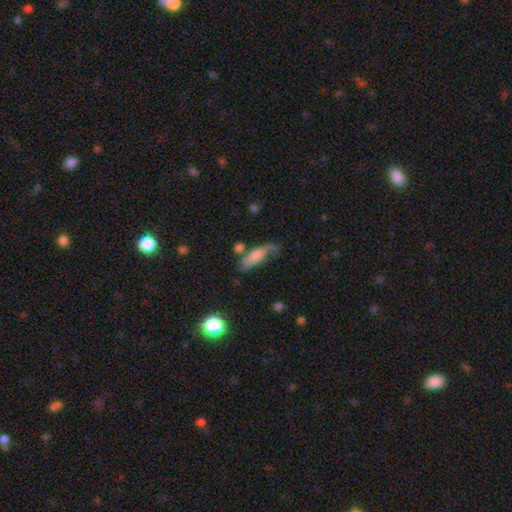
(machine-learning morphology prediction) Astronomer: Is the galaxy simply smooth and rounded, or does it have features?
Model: smooth — 68%.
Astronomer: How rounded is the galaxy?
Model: in between — 58% (runner-up: cigar-shaped, 39%).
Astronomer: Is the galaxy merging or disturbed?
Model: none — 38% (runner-up: minor disturbance, 30%).